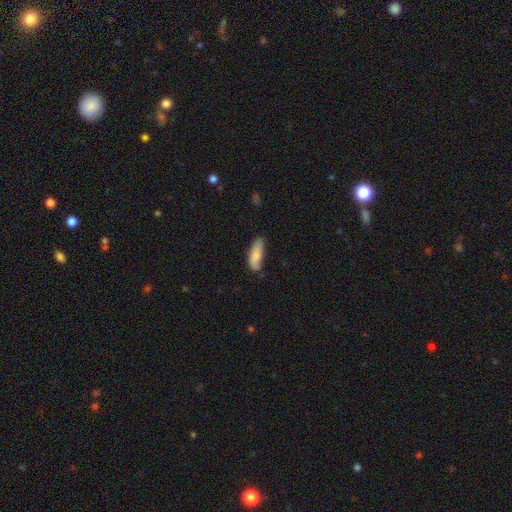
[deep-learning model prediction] Morphology: type=smooth (82%); roundness=in between (68%); merging=none (53%).